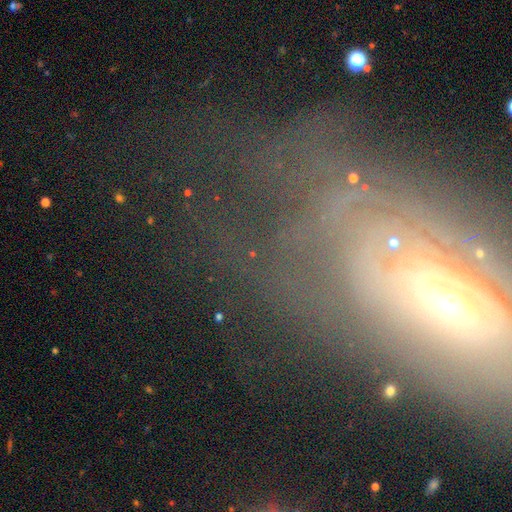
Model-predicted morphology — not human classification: Smooth or featured? Predicted: featured or disk (p=0.62). Edge-on disk? Predicted: no (p=0.85). Bar? Predicted: no (p=0.67). Spiral arms? Predicted: yes (p=0.57). Bulge size? Predicted: moderate (p=0.47). Merging? Predicted: none (p=0.53).